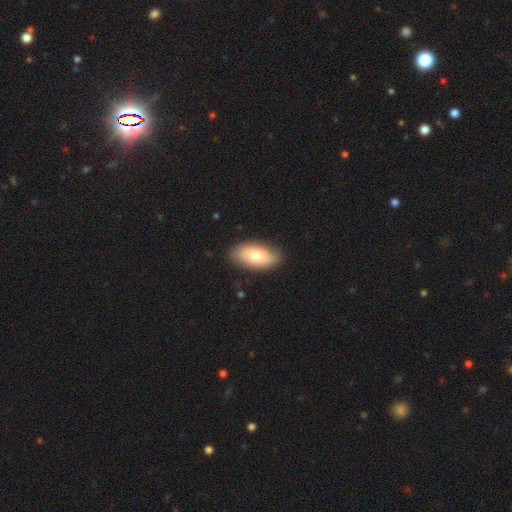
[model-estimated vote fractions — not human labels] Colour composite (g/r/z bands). It shows a smooth galaxy with no disk features (69%) that is in between round and cigar-shaped (93%). Merging: none (83%).